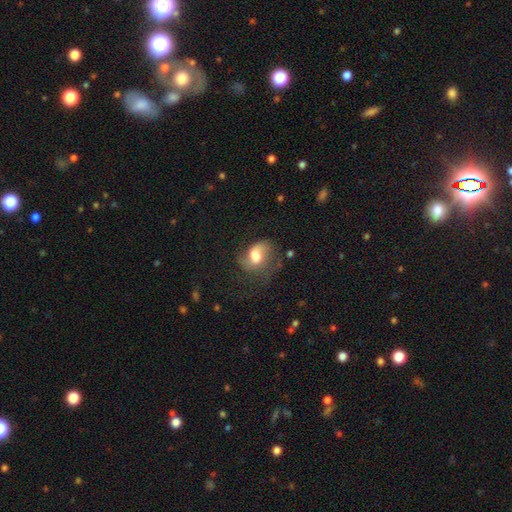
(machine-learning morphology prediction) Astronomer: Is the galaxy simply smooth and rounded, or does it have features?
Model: featured or disk — 50% (runner-up: smooth, 41%).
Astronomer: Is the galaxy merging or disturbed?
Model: none — 39% (runner-up: major disturbance, 33%).